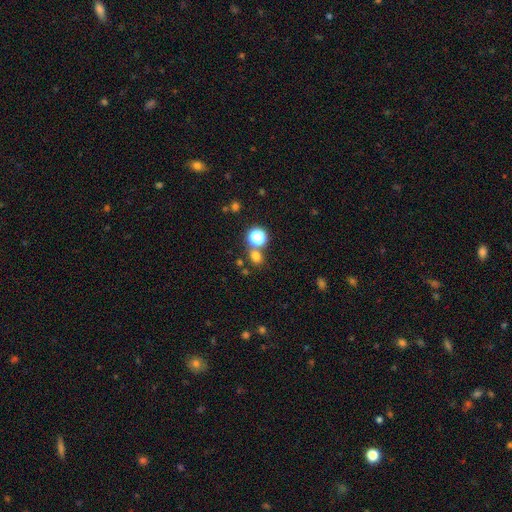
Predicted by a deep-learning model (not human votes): The model was most divided on "smooth or featured": smooth: 69%, star or artifact: 24%, featured or disk: 7%. More confident: how rounded — round (74%); merging — none (69%).